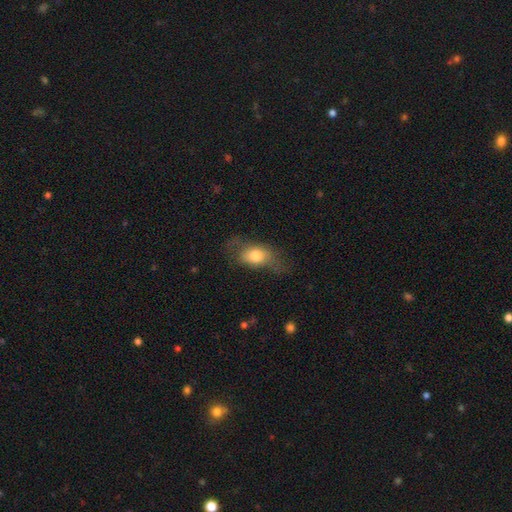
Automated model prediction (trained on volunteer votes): Smooth or featured? smooth (70%)
How rounded? in between (77%)
Merging? none (45%)